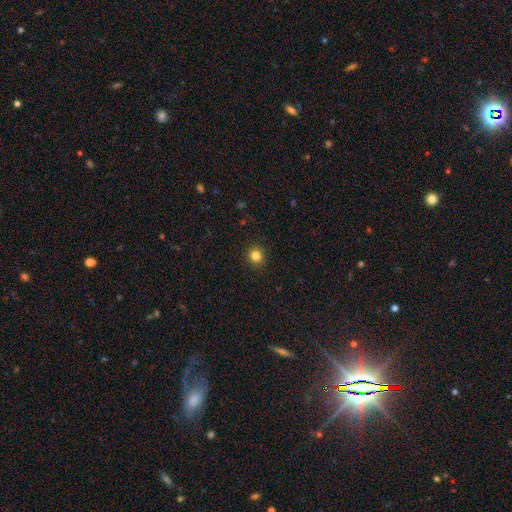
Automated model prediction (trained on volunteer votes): A smooth galaxy with no disk features (82%) that is round (90%).

Vote fractions:
- Smooth or featured? smooth: 82% / star or artifact: 13% / featured or disk: 5%
- How rounded? round: 90% / in between: 9% / cigar-shaped: 1%
- Merging? none: 92% / minor disturbance: 5% / major disturbance: 2% / merger: 1%